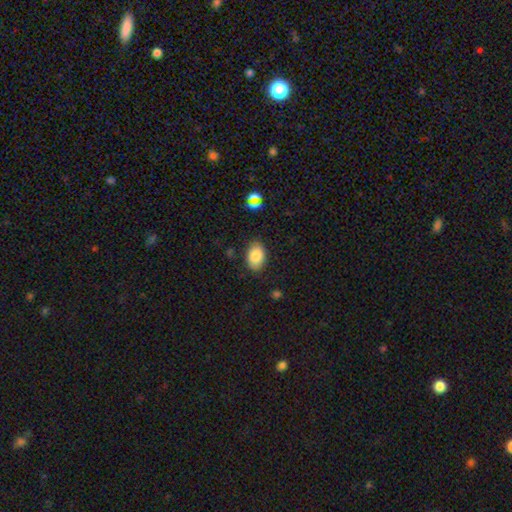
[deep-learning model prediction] This appears to be a smooth galaxy with no disk features (85%) that is in between round and cigar-shaped (88%). Merging: none (83%).